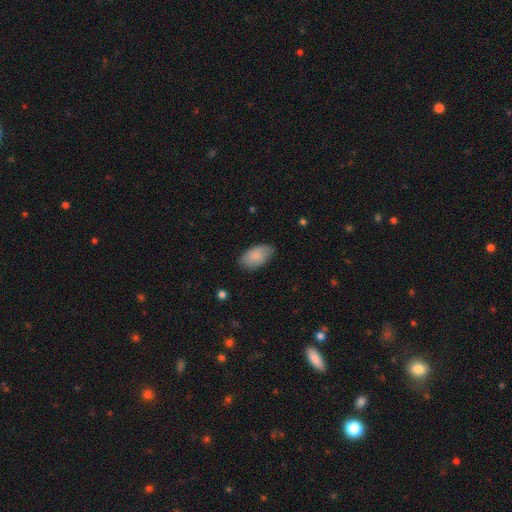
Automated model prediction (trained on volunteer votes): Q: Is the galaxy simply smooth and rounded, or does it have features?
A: smooth — 85%.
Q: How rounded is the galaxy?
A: in between — 94%.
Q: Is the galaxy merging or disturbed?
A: none — 78%.